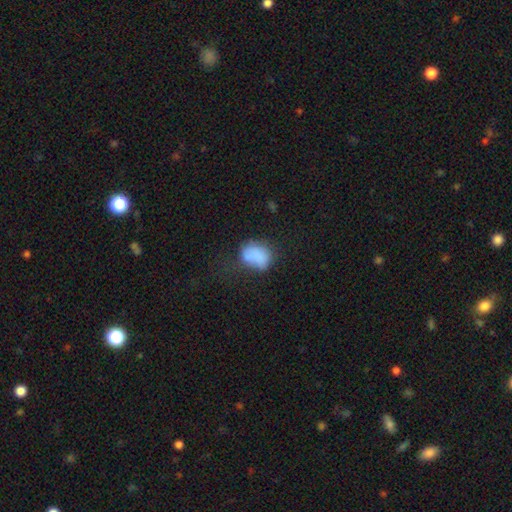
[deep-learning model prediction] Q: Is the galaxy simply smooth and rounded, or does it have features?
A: smooth — 78%.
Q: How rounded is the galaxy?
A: in between — 63%.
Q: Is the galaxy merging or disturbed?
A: none — 39%.